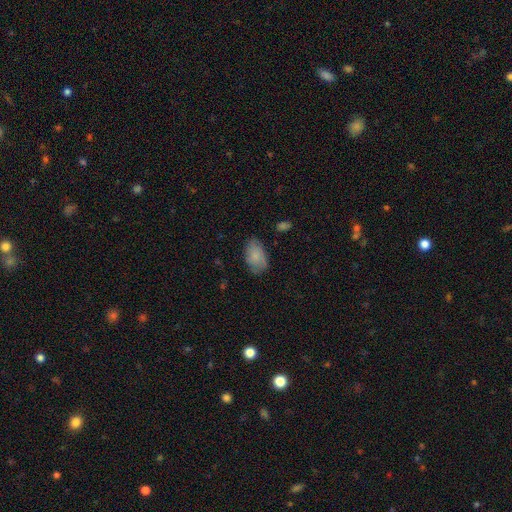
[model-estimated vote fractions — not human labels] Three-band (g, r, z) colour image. It shows a smooth galaxy with no disk features (81%) that is in between round and cigar-shaped (92%). Merging: none (73%).